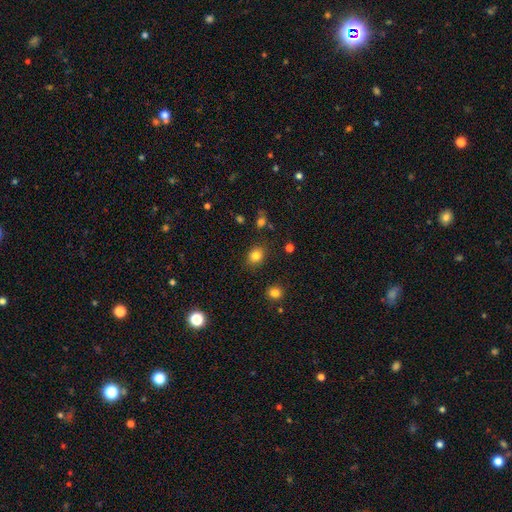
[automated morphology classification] smooth 83%, star or artifact 11%, featured or disk 6%. Down the decision tree: how rounded — round (59%); merging — none (86%).